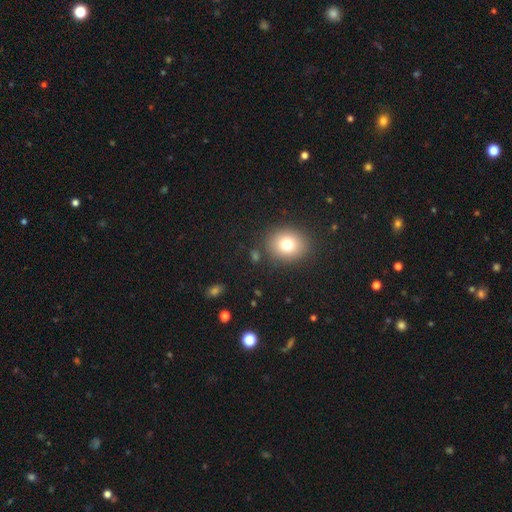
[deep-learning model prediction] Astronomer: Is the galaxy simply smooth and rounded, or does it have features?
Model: smooth — 72%.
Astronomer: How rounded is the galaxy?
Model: round — 70%.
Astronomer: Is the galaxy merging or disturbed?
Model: none — 86%.